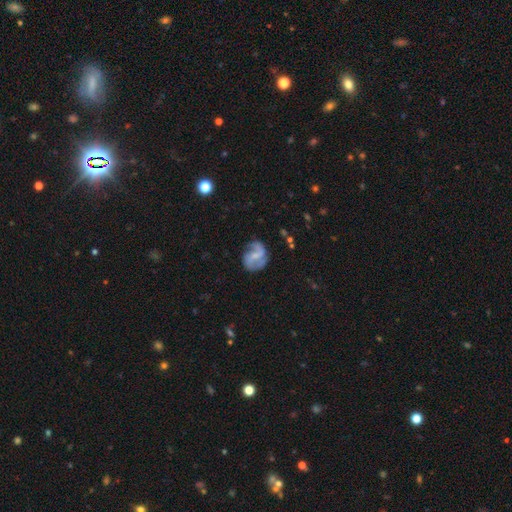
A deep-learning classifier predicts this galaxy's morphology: This appears to be a featured or disk galaxy (75%) with a weak bar (47%), 2 (81%) medium (43%) spiral arms (91%) and a small central bulge (49%). Merging: none (66%).